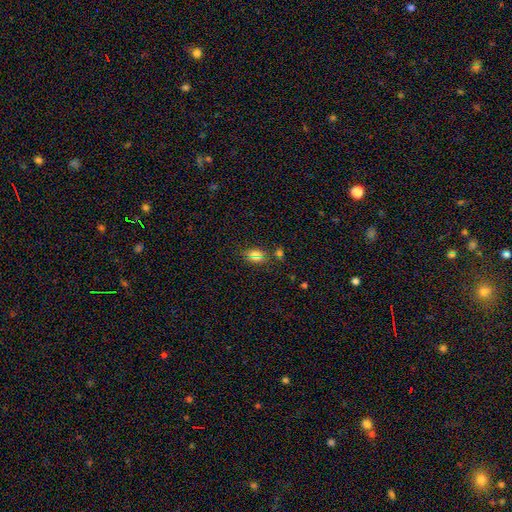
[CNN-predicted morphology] Smooth or featured: smooth — 62% (star or artifact — 28%)
How rounded: in between — 69% (round — 25%)
Merging: none — 76% (minor disturbance — 13%)